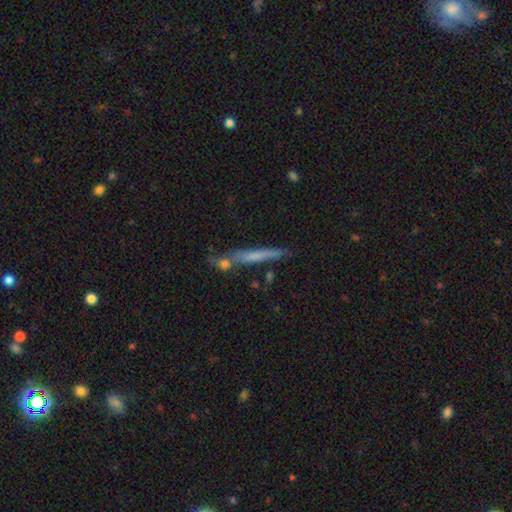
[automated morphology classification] Smooth or featured: smooth — 49% (featured or disk — 43%)
Merging: none — 73% (minor disturbance — 13%)